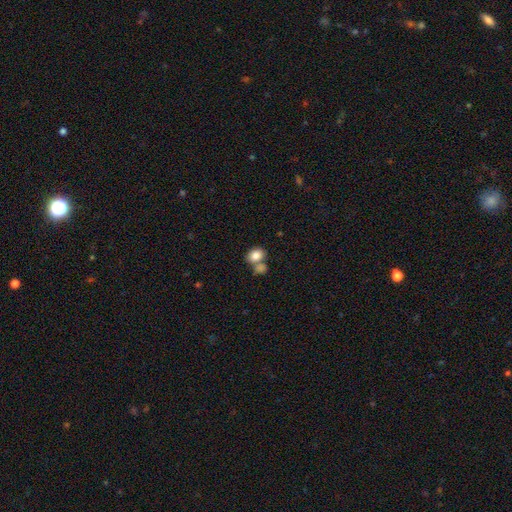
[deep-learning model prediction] Smooth or featured? smooth (83%)
How rounded? in between (58%)
Merging? none (46%)